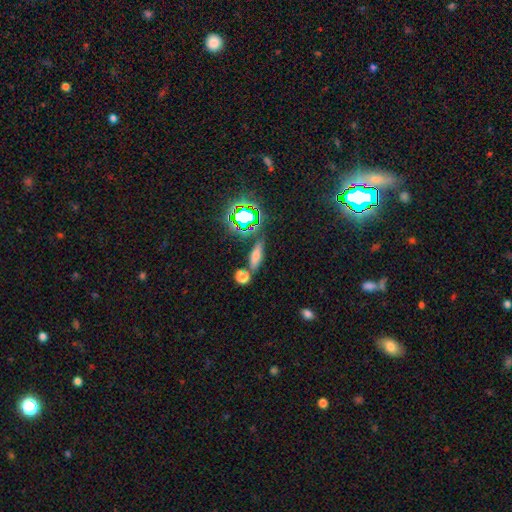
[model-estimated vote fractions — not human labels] Smooth or featured? smooth (61%)
How rounded? cigar-shaped (49%)
Merging? none (72%)